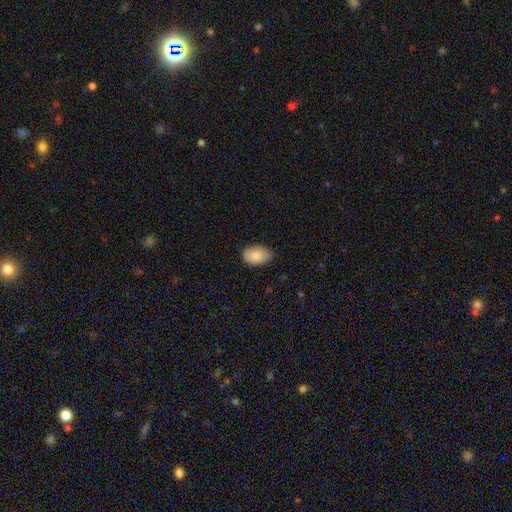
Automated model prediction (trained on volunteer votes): A smooth galaxy with no disk features (85%) that is in between round and cigar-shaped (89%). Merging: none (70%).